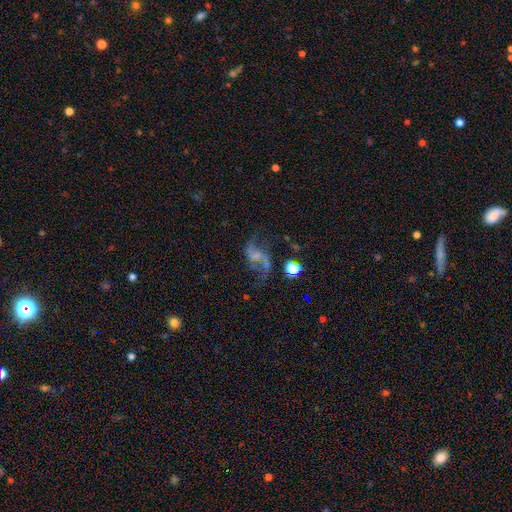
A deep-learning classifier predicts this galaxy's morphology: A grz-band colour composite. It shows a featured or disk galaxy (74%) with a weak bar (46%), 2 (87%) loose (81%) spiral arms (86%) and a small central bulge (40%). Merging: none (52%).